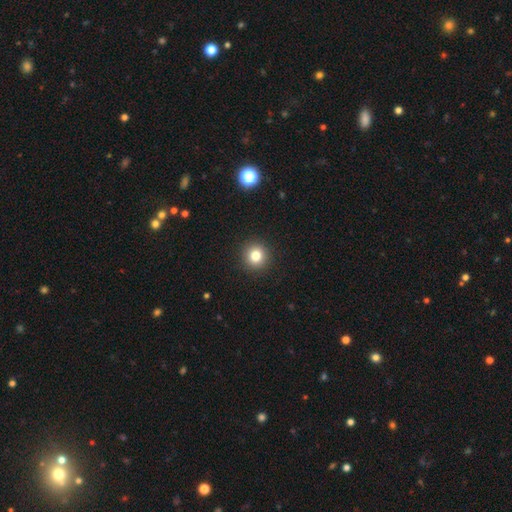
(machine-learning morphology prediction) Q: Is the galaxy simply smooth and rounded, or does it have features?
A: smooth — 81%.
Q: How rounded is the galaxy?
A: round — 93%.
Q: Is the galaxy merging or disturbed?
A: none — 92%.